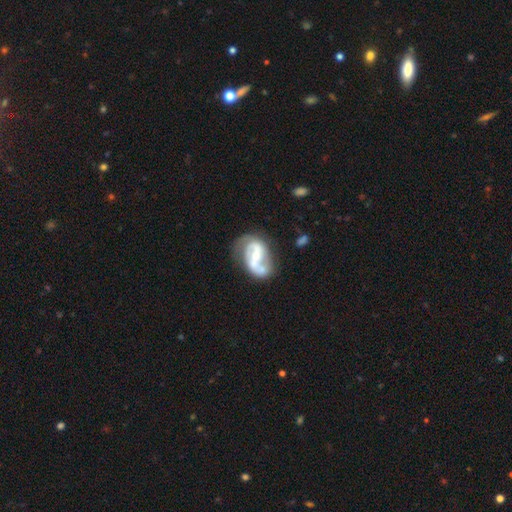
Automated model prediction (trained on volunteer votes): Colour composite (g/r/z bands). It shows a featured or disk galaxy (81%) with a weak bar (36%), 2 (83%) medium (45%) spiral arms (86%) and a moderate central bulge (53%). Merging: none (51%).